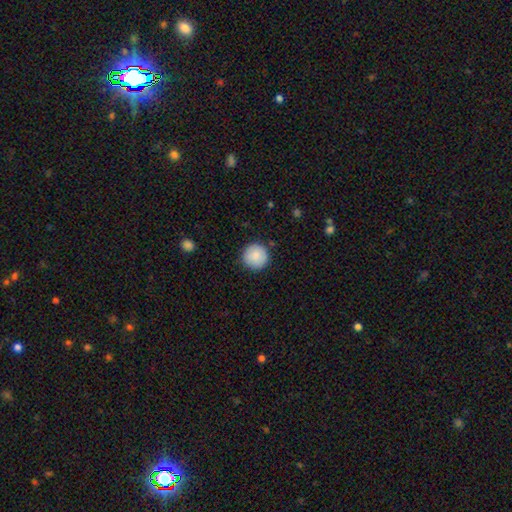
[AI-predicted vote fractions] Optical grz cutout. It shows a smooth galaxy with no disk features (88%) that is round (96%). Merging: none (89%).